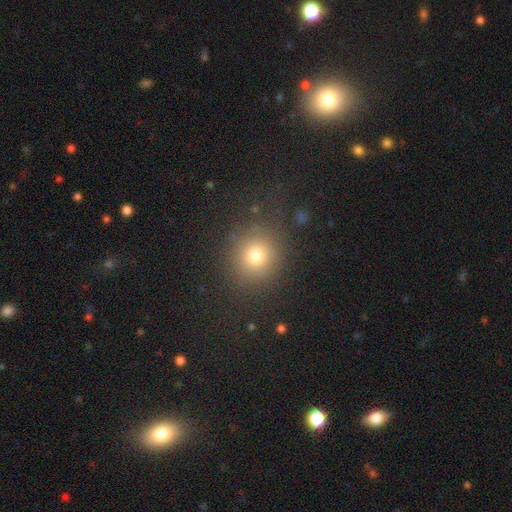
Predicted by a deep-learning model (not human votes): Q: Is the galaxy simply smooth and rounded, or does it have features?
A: smooth — 73%.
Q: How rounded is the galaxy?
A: round — 87%.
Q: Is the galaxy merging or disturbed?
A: none — 83%.